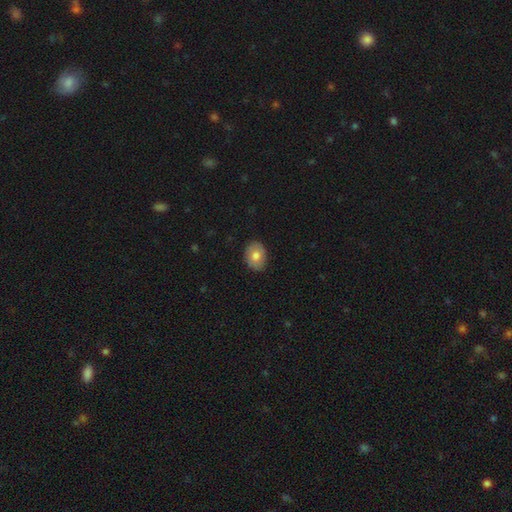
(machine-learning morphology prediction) Smooth or featured: smooth — 78% (featured or disk — 15%)
How rounded: in between — 67% (round — 33%)
Merging: none — 88% (minor disturbance — 10%)